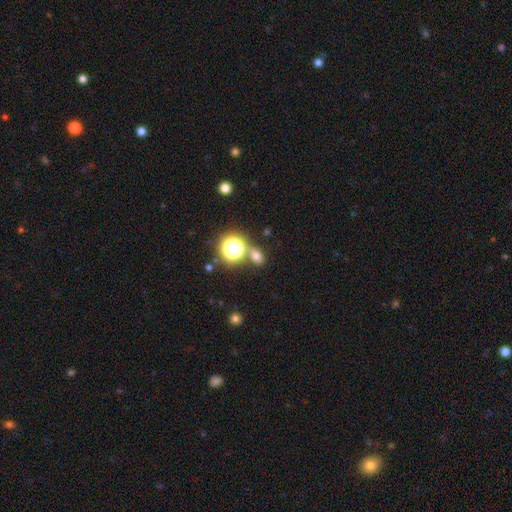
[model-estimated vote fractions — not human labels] A smooth galaxy with no disk features (63%) that is in between round and cigar-shaped (51%).

Vote fractions:
- Smooth or featured? smooth: 63% / star or artifact: 27% / featured or disk: 10%
- How rounded? in between: 51% / round: 47% / cigar-shaped: 3%
- Merging? none: 68% / merger: 16% / minor disturbance: 11% / major disturbance: 5%